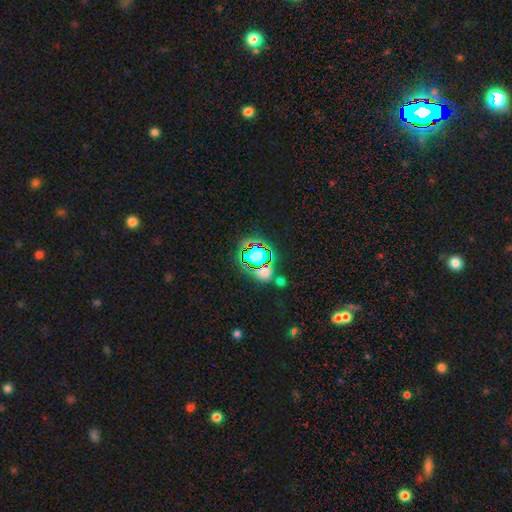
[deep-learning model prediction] Q: Smooth or featured?
A: star or artifact (61%); runner-up: smooth (28%)